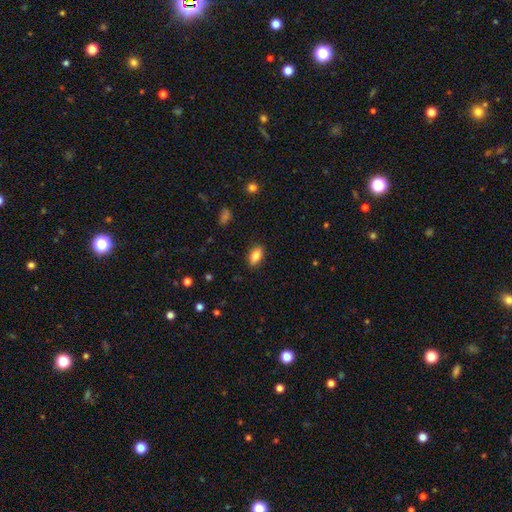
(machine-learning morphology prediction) Overall: smooth (85%). How rounded: in between (90%). Merging: none (87%).